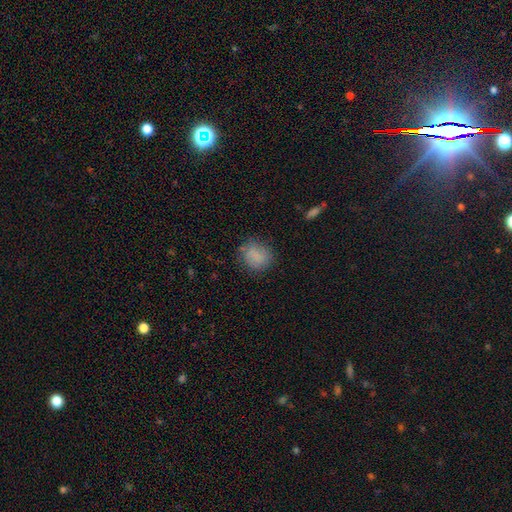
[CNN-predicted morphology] smooth 82%, star or artifact 9%, featured or disk 9%. Down the decision tree: how rounded — round (75%); merging — none (77%).